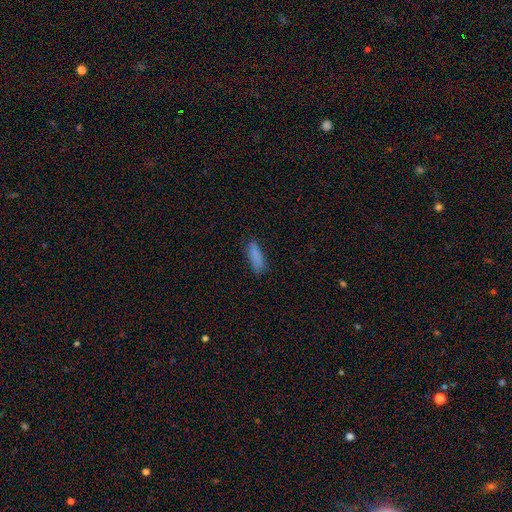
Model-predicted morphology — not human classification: A smooth galaxy with no disk features (84%) that is in between round and cigar-shaped (55%).

Vote fractions:
- Smooth or featured? smooth: 84% / star or artifact: 8% / featured or disk: 7%
- How rounded? in between: 55% / cigar-shaped: 43% / round: 2%
- Merging? none: 75% / minor disturbance: 19% / major disturbance: 4% / merger: 2%